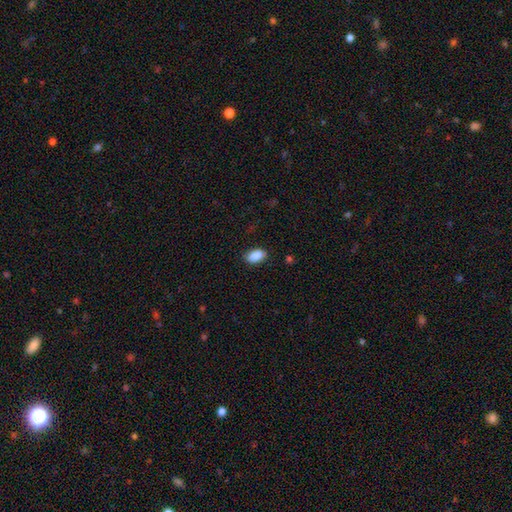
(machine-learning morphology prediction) Q: Smooth or featured?
A: smooth (89%); runner-up: star or artifact (7%)
Q: How rounded?
A: in between (91%); runner-up: round (5%)
Q: Merging?
A: none (86%); runner-up: minor disturbance (11%)